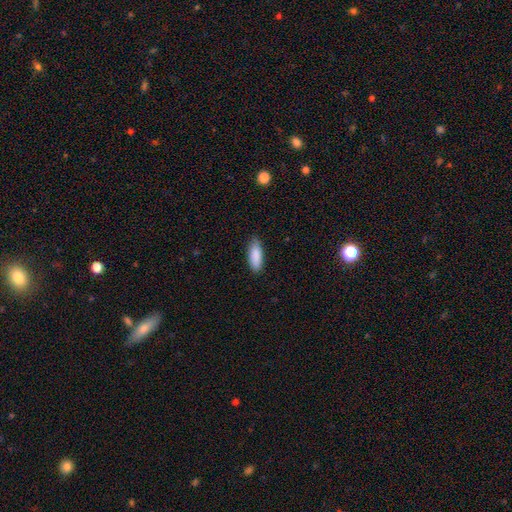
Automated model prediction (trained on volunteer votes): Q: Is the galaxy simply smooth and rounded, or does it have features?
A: smooth — 88%.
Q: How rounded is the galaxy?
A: in between — 67%.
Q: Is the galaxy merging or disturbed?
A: none — 84%.